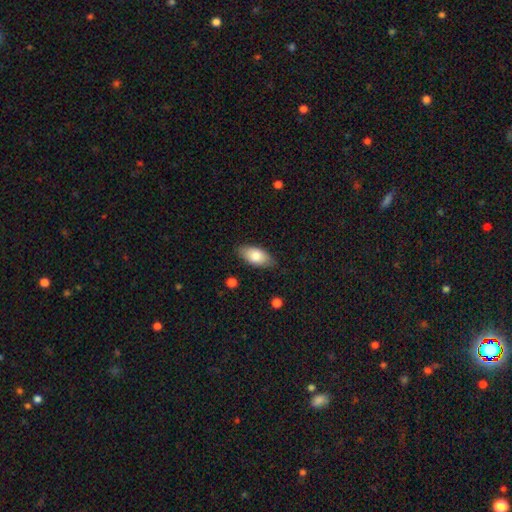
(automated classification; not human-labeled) A smooth galaxy with no disk features (82%) that is in between round and cigar-shaped (91%).

Vote fractions:
- Smooth or featured? smooth: 82% / featured or disk: 12% / star or artifact: 6%
- How rounded? in between: 91% / cigar-shaped: 6% / round: 3%
- Merging? none: 82% / minor disturbance: 14% / major disturbance: 3% / merger: 1%